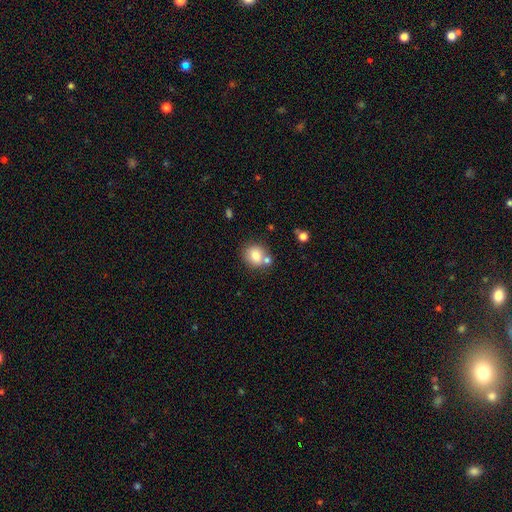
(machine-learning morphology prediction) A smooth galaxy with no disk features (80%) that is round (76%).

Vote fractions:
- Smooth or featured? smooth: 80% / featured or disk: 10% / star or artifact: 10%
- How rounded? round: 76% / in between: 23% / cigar-shaped: 1%
- Merging? none: 63% / merger: 22% / minor disturbance: 12% / major disturbance: 3%